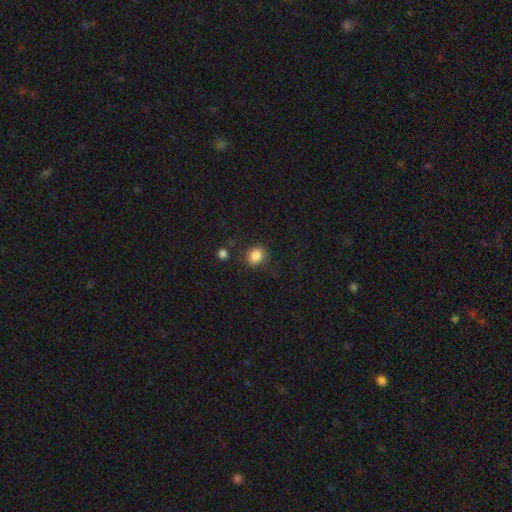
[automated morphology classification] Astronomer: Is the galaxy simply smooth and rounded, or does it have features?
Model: smooth — 86%.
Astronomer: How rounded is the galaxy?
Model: round — 71%.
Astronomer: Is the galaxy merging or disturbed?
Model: none — 81%.